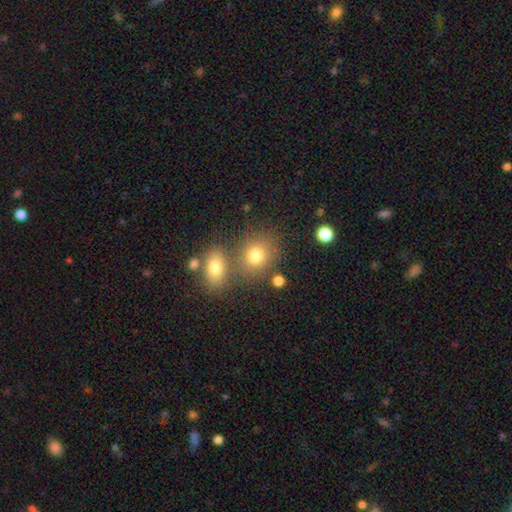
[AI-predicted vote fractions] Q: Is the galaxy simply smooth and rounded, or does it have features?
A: smooth — 77%.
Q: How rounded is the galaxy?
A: round — 64%.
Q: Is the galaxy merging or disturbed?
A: none — 64%.